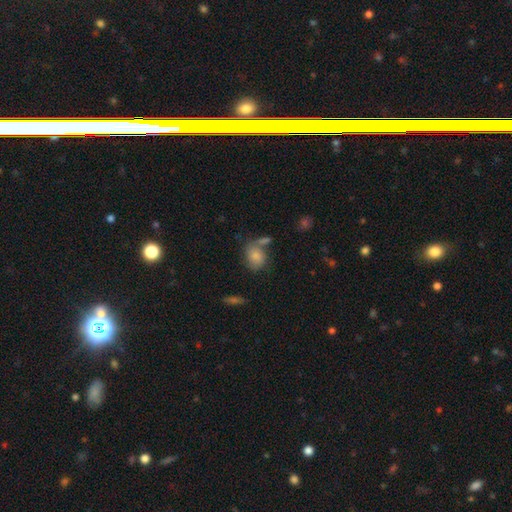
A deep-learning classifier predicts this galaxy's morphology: Smooth or featured: smooth — 78% (featured or disk — 14%)
How rounded: in between — 56% (round — 43%)
Merging: none — 50% (merger — 23%)